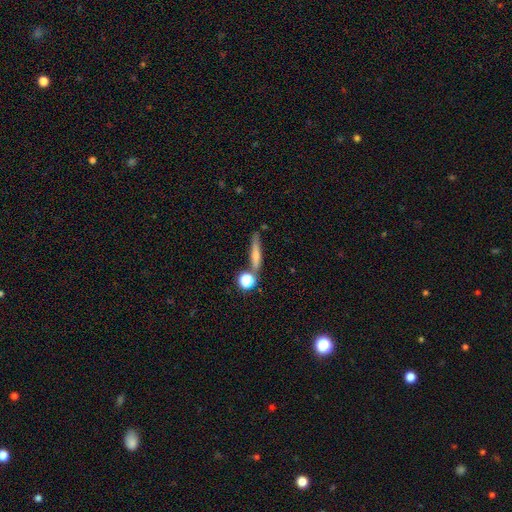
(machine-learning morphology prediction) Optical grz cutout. It shows a smooth galaxy with no disk features (54%) that is cigar-shaped (79%). Merging: none (67%).